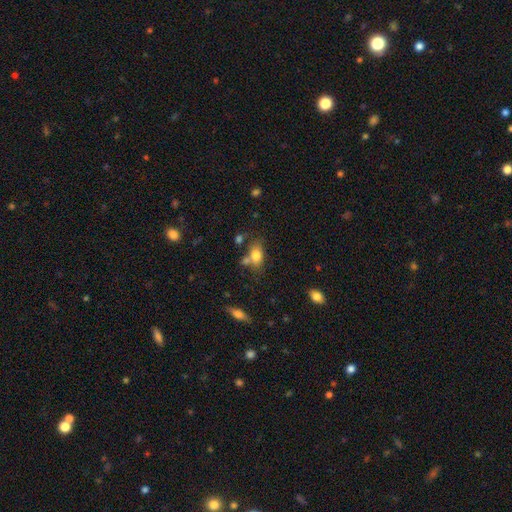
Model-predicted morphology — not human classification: A smooth galaxy with no disk features (79%) that is in between round and cigar-shaped (83%).

Vote fractions:
- Smooth or featured? smooth: 79% / featured or disk: 12% / star or artifact: 9%
- How rounded? in between: 83% / round: 14% / cigar-shaped: 4%
- Merging? none: 55% / merger: 21% / minor disturbance: 18% / major disturbance: 7%